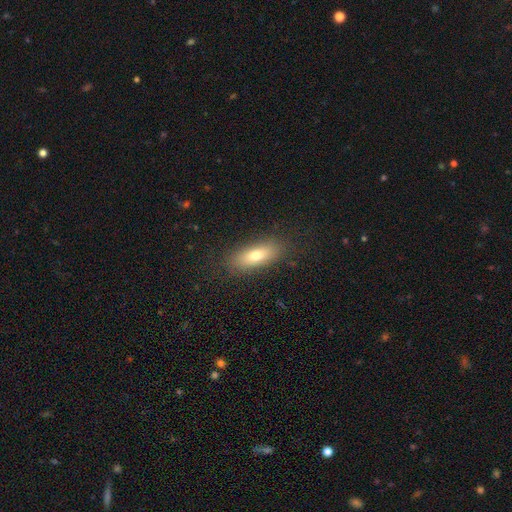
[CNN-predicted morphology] This is likely a smooth galaxy (73%). How rounded: likely in between (70%). Merging: clearly none (86%).